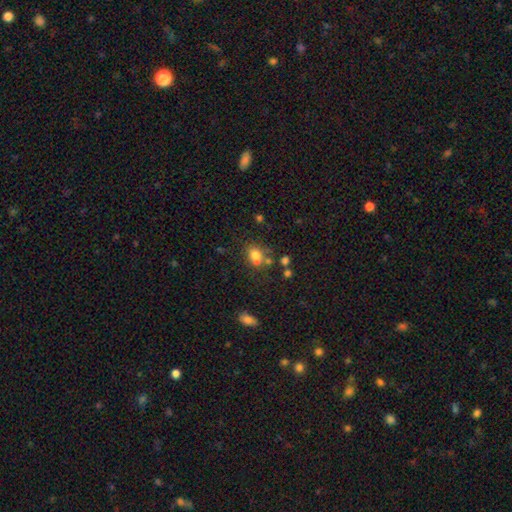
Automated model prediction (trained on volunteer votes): A smooth galaxy with no disk features (72%) that is in between round and cigar-shaped (50%).

Vote fractions:
- Smooth or featured? smooth: 72% / star or artifact: 14% / featured or disk: 13%
- How rounded? in between: 50% / round: 49% / cigar-shaped: 1%
- Merging? none: 45% / merger: 32% / minor disturbance: 16% / major disturbance: 8%